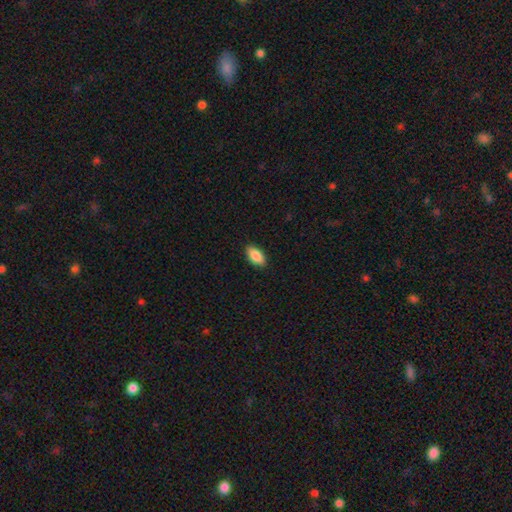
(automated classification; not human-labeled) A smooth galaxy with no disk features (87%) that is in between round and cigar-shaped (93%).

Vote fractions:
- Smooth or featured? smooth: 87% / star or artifact: 7% / featured or disk: 6%
- How rounded? in between: 93% / cigar-shaped: 5% / round: 3%
- Merging? none: 89% / minor disturbance: 8% / major disturbance: 2% / merger: 1%